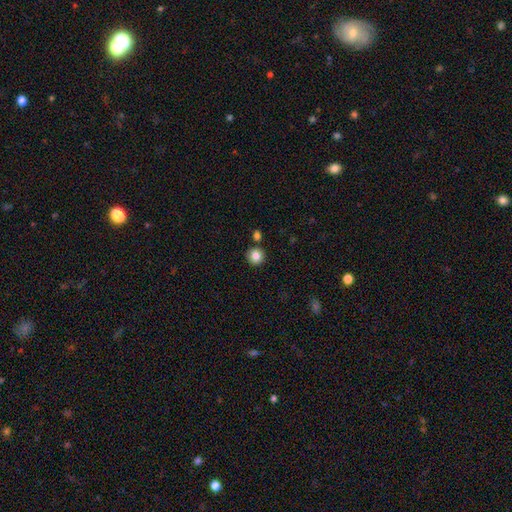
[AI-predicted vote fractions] smooth_or_featured: smooth (p=0.84) [alt: star or artifact p=0.10]
how_rounded: round (p=0.93) [alt: in between p=0.06]
merging: none (p=0.84) [alt: merger p=0.07]